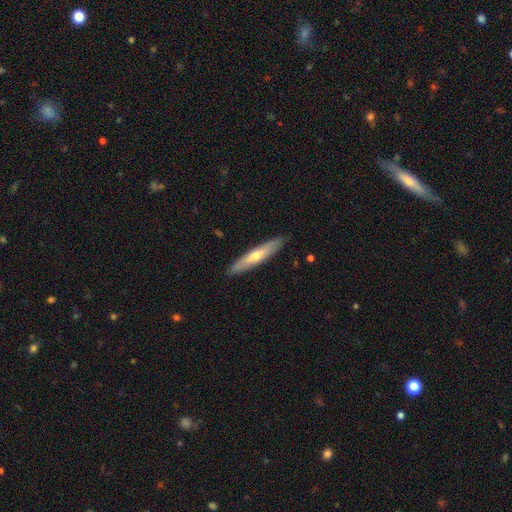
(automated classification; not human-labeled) smooth 51%, featured or disk 44%, star or artifact 5%. Down the decision tree: how rounded — cigar-shaped (88%); merging — none (89%).